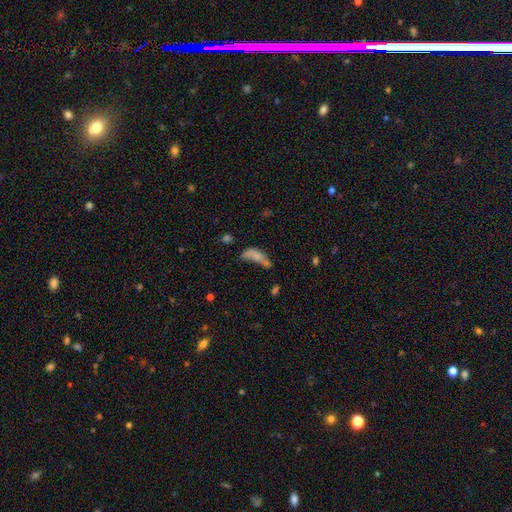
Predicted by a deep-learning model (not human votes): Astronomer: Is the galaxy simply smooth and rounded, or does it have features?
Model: smooth — 66%.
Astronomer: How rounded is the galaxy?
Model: in between — 67%.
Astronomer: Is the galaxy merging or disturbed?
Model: merger — 33% (runner-up: major disturbance, 27%).